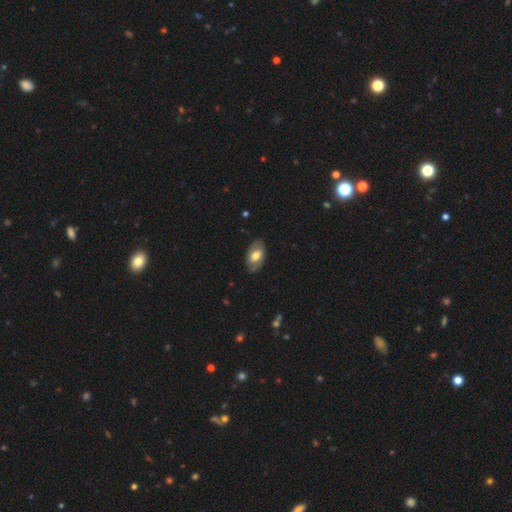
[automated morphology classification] Overall: smooth (56%; featured or disk 38%). How rounded: in between (92%). Merging: none (82%).